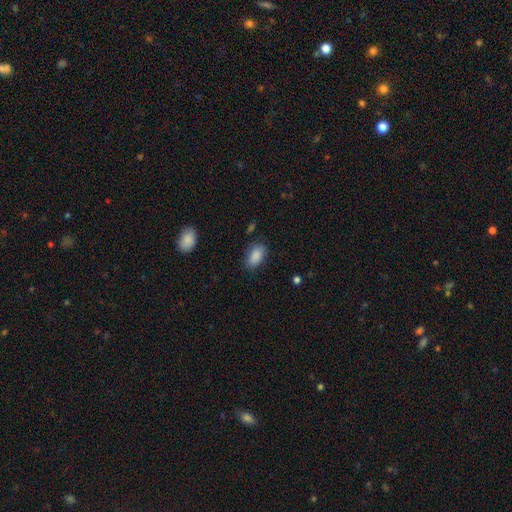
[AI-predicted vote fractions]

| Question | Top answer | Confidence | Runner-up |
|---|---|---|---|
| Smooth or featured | smooth | 88% | star or artifact (7%) |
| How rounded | in between | 92% | round (5%) |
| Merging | none | 80% | minor disturbance (15%) |